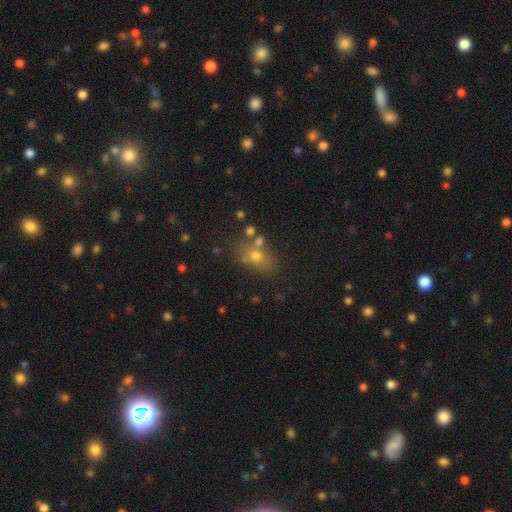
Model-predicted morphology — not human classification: Smooth or featured: smooth — 61% (star or artifact — 19%)
How rounded: in between — 60% (round — 37%)
Merging: none — 60% (merger — 19%)